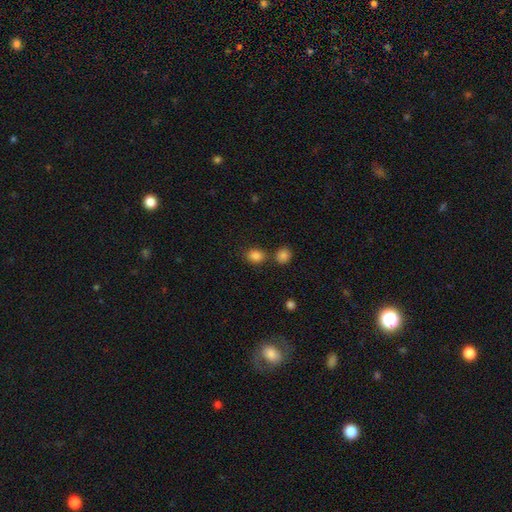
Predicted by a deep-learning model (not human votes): smooth-or-featured: smooth: 85% | star or artifact: 11% | featured or disk: 4%
  how-rounded: round: 54% | in between: 45% | cigar-shaped: 1%
  merging: none: 70% | merger: 15% | minor disturbance: 11% | major disturbance: 4%